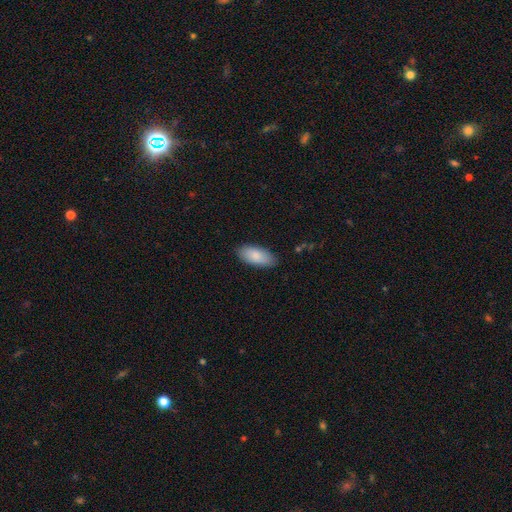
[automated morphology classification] smooth 86%, featured or disk 8%, star or artifact 6%. Down the decision tree: how rounded — in between (90%); merging — none (85%).